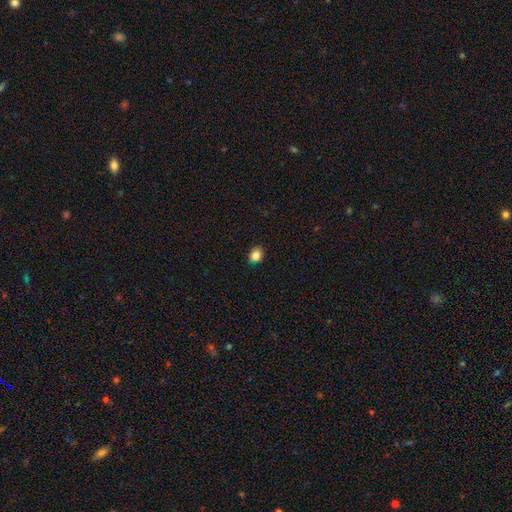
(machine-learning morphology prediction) Smooth or featured? smooth (83%)
How rounded? round (52%)
Merging? none (79%)